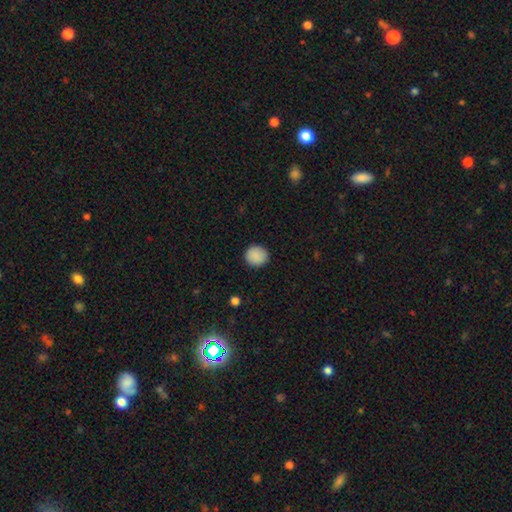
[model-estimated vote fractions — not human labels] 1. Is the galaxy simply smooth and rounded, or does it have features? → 89% smooth, 8% star or artifact, 3% featured or disk.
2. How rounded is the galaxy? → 91% round, 8% in between, 1% cigar-shaped.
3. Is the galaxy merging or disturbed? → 91% none, 6% minor disturbance, 2% major disturbance, 1% merger.